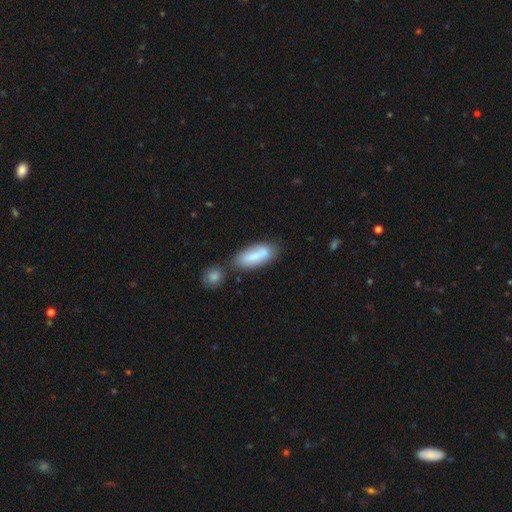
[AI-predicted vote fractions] This appears to be a smooth galaxy with no disk features (73%) that is in between round and cigar-shaped (73%). Merging: none (53%).